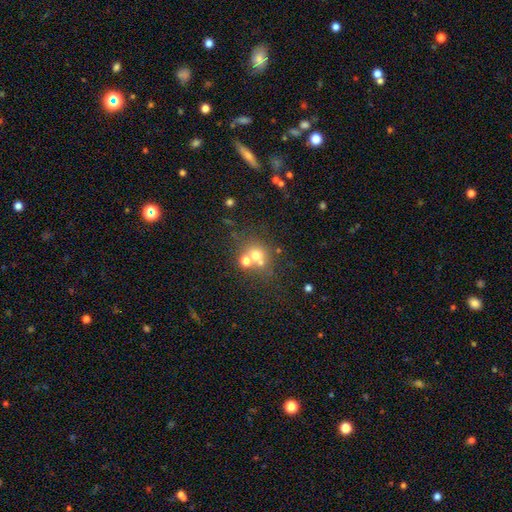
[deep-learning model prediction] Smooth or featured: smooth — 61% (featured or disk — 20%)
How rounded: round — 81% (in between — 18%)
Merging: none — 45% (merger — 42%)